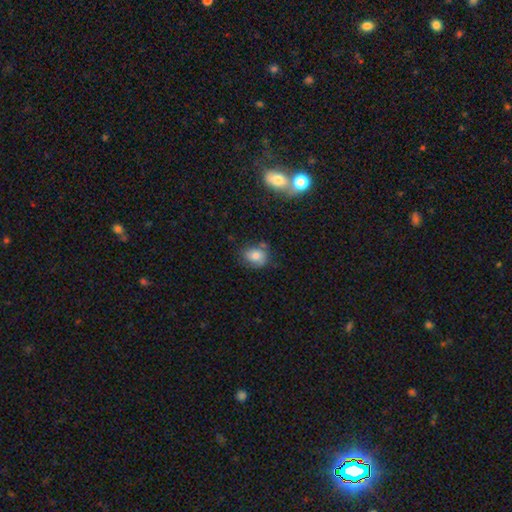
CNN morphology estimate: Overall: smooth (75%). How rounded: in between (51%; round 48%). Merging: none (63%).